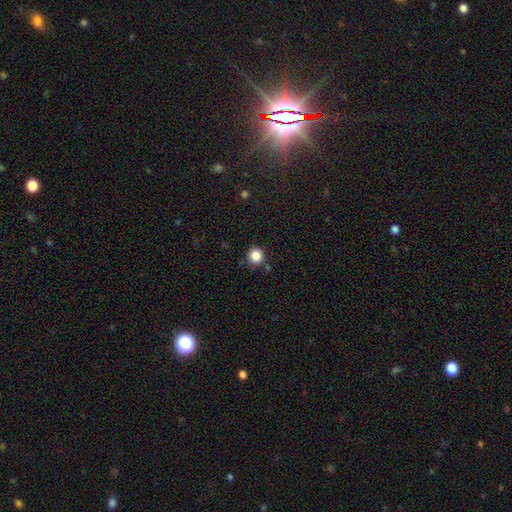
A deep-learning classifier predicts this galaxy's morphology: Overall: smooth (86%). How rounded: round (93%). Merging: none (87%).